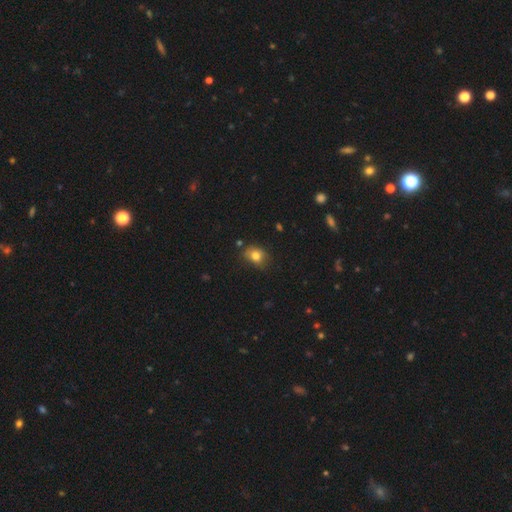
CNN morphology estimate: The model was most divided on "how rounded": in between: 54%, round: 45%, cigar-shaped: 1%. More confident: smooth or featured — smooth (79%); merging — none (66%).